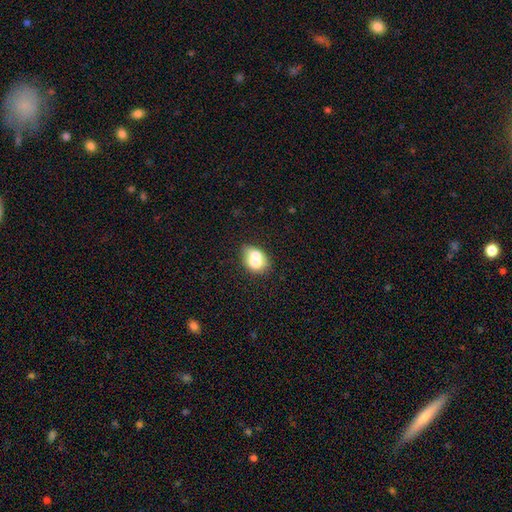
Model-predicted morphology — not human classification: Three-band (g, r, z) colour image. It shows a smooth galaxy with no disk features (67%) that is in between round and cigar-shaped (55%). Merging: merger (53%).